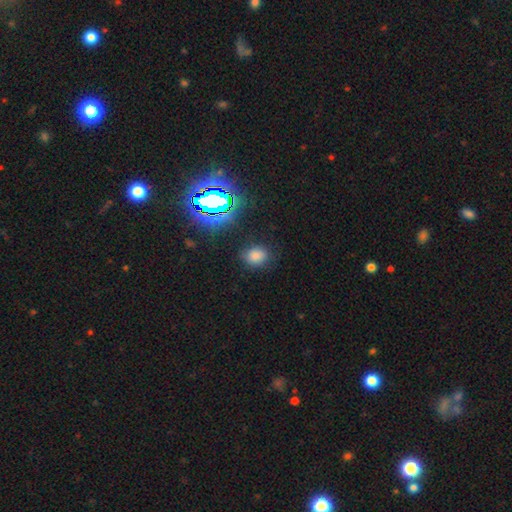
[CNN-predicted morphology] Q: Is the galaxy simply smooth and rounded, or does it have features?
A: smooth — 72%.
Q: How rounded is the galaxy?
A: round — 50%.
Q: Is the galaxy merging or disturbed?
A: none — 80%.